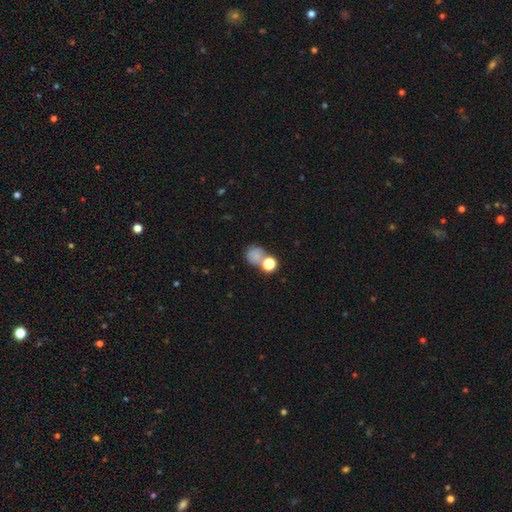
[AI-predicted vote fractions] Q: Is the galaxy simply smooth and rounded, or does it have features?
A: smooth — 72%.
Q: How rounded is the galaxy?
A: round — 72%.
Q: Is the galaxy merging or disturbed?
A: none — 40%.